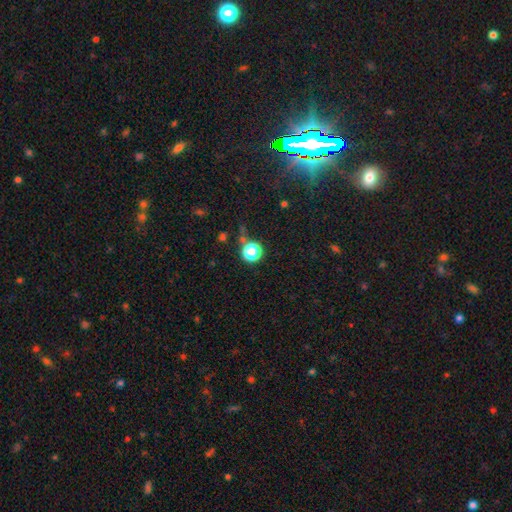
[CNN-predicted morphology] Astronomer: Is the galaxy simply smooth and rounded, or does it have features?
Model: star or artifact — 66%.